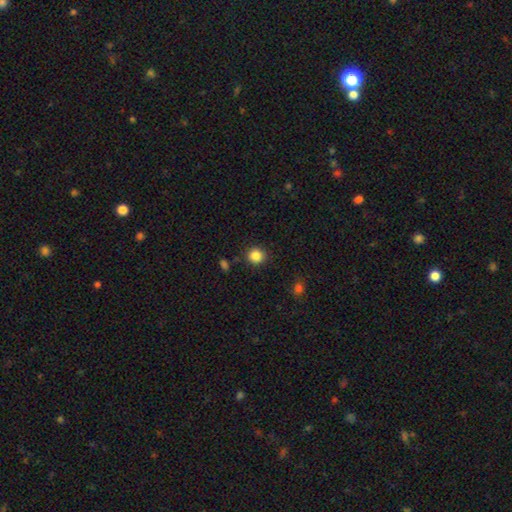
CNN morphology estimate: Overall: smooth (86%). How rounded: round (91%). Merging: none (88%).